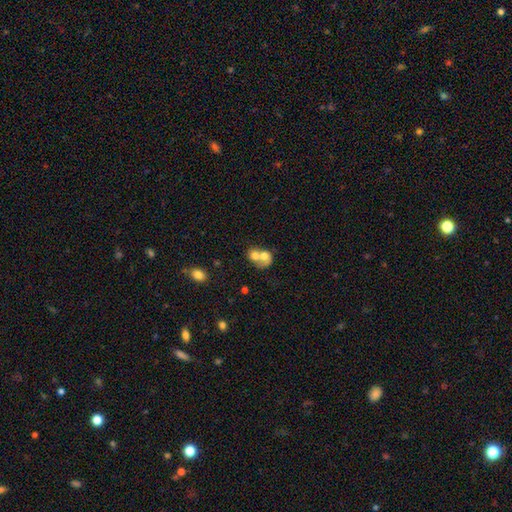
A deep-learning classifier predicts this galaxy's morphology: This appears to be a smooth galaxy with no disk features (64%) that is round (58%). Merging: merger (76%).